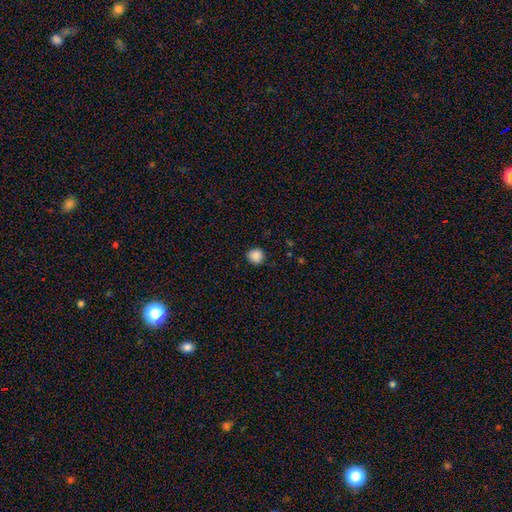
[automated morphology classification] Smooth or featured? Predicted: smooth (p=0.87). How rounded? Predicted: round (p=0.92). Merging? Predicted: none (p=0.90).